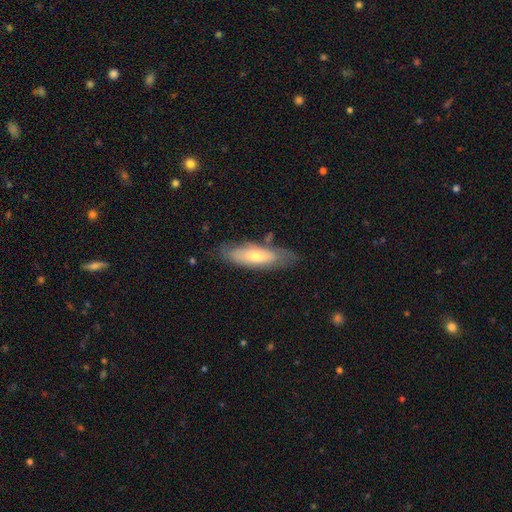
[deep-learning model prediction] smooth-or-featured: smooth: 52% | featured or disk: 41% | star or artifact: 6%
  how-rounded: in between: 50% | cigar-shaped: 48% | round: 2%
  merging: none: 72% | minor disturbance: 20% | major disturbance: 5% | merger: 3%